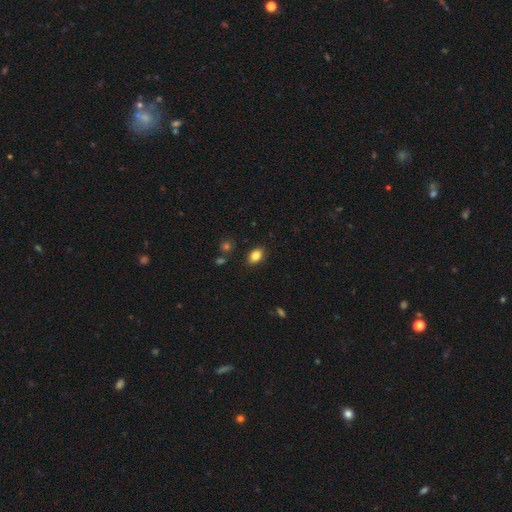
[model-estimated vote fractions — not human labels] smooth_or_featured: smooth (p=0.84) [alt: star or artifact p=0.09]
how_rounded: in between (p=0.81) [alt: round p=0.18]
merging: none (p=0.86) [alt: minor disturbance p=0.10]